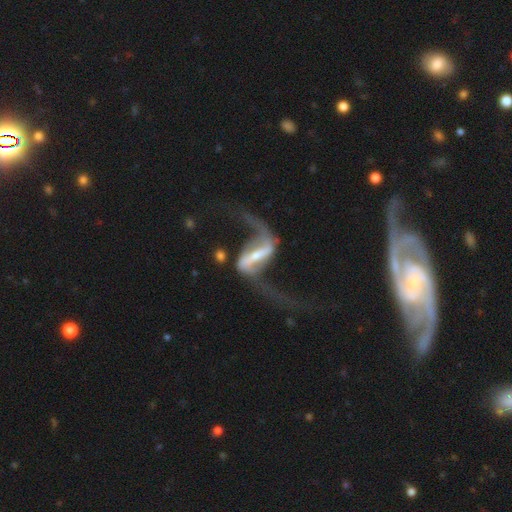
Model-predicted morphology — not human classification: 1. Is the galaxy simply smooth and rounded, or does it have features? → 89% featured or disk, 6% smooth, 4% star or artifact.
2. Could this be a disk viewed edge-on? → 91% no, 9% yes.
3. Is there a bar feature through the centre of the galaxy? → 75% strong, 18% weak, 6% no.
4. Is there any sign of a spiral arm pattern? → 93% yes, 7% no.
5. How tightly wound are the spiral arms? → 89% loose, 8% medium, 3% tight.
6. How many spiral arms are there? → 89% 2, 6% 1, 2% can't tell, 1% 3, 1% 4, 1% more than 4.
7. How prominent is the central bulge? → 49% small, 35% moderate, 8% none, 6% large, 2% dominant.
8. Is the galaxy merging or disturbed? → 44% none, 36% major disturbance, 13% minor disturbance, 7% merger.